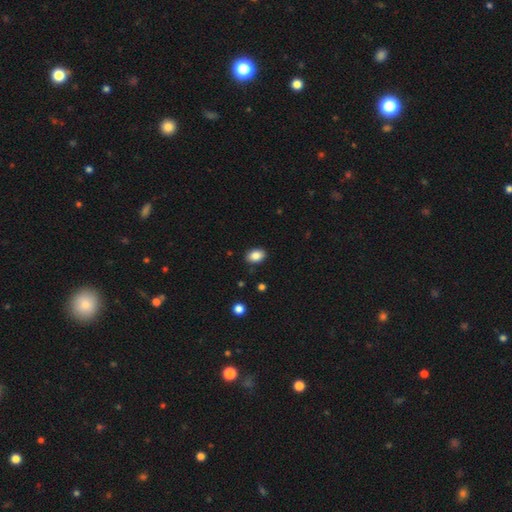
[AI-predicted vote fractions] This appears to be a smooth galaxy with no disk features (87%) that is in between round and cigar-shaped (81%). Merging: none (87%).